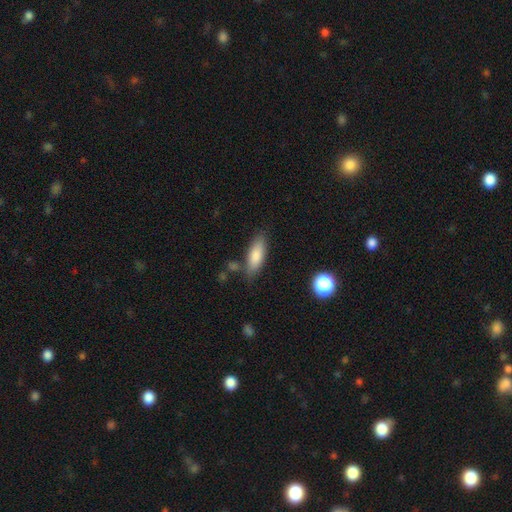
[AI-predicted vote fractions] smooth-or-featured: smooth: 78% | featured or disk: 15% | star or artifact: 7%
  how-rounded: in between: 61% | cigar-shaped: 36% | round: 3%
  merging: none: 75% | minor disturbance: 16% | merger: 5% | major disturbance: 4%